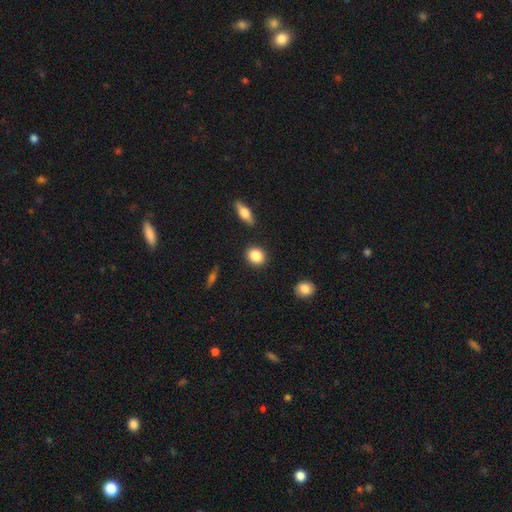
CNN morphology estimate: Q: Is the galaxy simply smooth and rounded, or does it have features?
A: smooth — 87%.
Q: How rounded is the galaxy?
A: round — 69%.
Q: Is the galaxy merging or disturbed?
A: none — 89%.